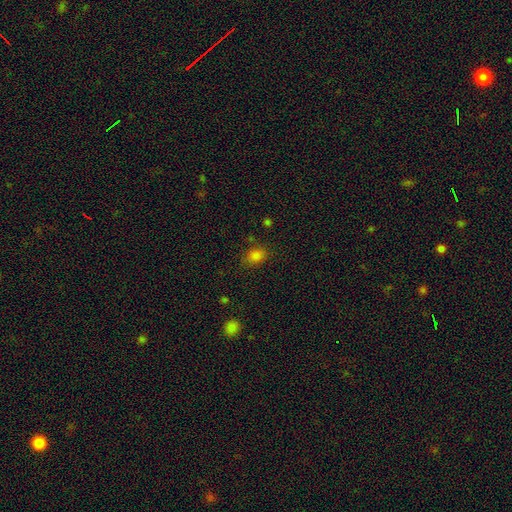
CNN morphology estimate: Smooth or featured: smooth — 81% (star or artifact — 15%)
How rounded: in between — 54% (round — 45%)
Merging: none — 77% (minor disturbance — 16%)